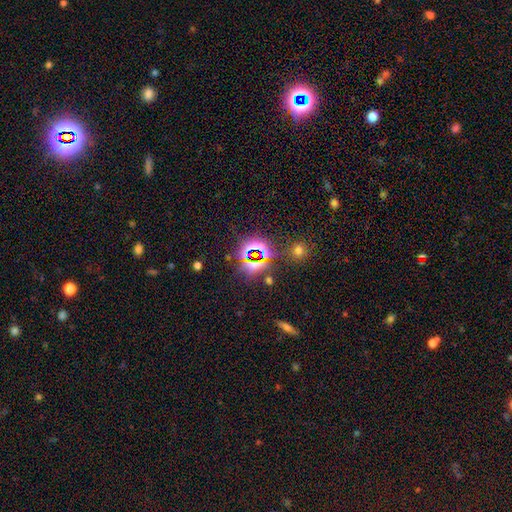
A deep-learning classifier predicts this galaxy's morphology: A star or artifact, not a galaxy (73%).

Vote fractions:
- Smooth or featured? star or artifact: 73% / smooth: 18% / featured or disk: 9%